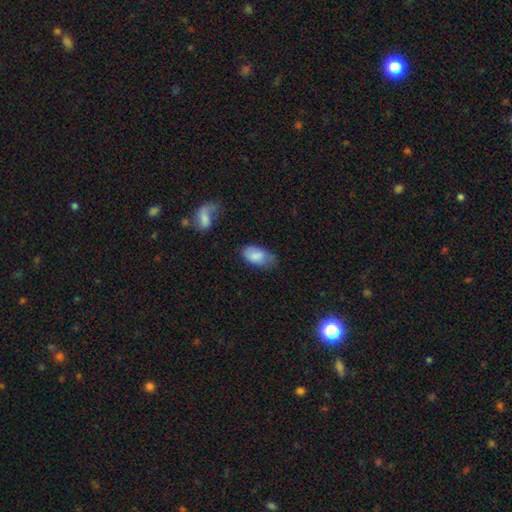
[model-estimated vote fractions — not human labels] Smooth or featured? smooth (82%)
How rounded? in between (94%)
Merging? none (52%)